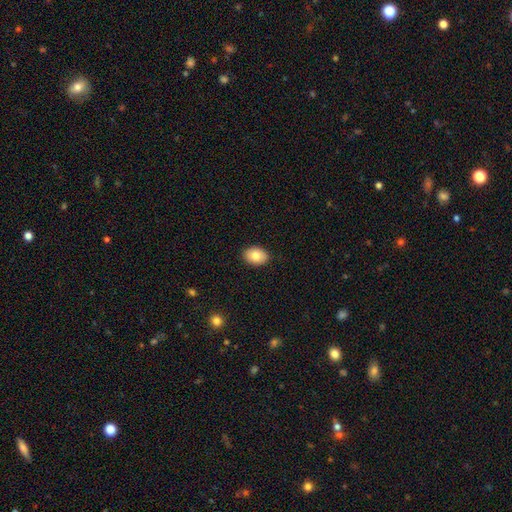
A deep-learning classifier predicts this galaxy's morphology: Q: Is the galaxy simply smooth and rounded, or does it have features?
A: smooth — 82%.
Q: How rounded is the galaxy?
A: in between — 77%.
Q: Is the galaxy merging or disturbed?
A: none — 89%.